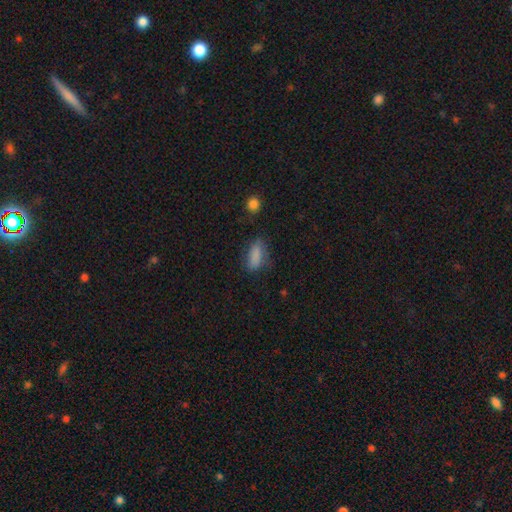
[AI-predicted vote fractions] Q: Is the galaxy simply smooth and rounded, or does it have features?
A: smooth — 82%.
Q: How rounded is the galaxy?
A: in between — 80%.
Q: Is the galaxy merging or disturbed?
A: none — 63%.